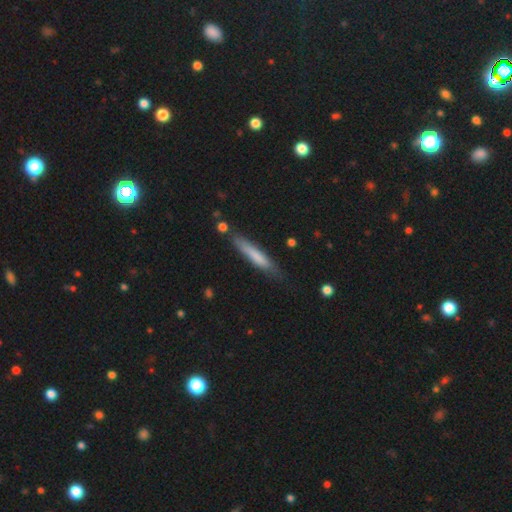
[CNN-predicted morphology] A smooth galaxy with no disk features (71%) that is cigar-shaped (92%).

Vote fractions:
- Smooth or featured? smooth: 71% / featured or disk: 23% / star or artifact: 6%
- How rounded? cigar-shaped: 92% / in between: 7% / round: 1%
- Merging? none: 74% / minor disturbance: 19% / major disturbance: 4% / merger: 4%